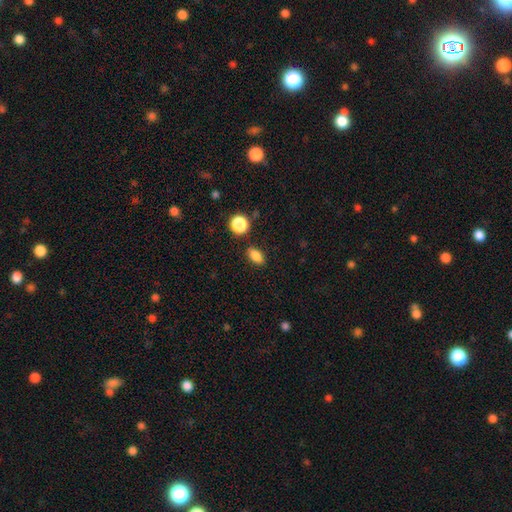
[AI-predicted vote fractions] smooth 84%, star or artifact 11%, featured or disk 5%. Down the decision tree: how rounded — in between (81%); merging — none (84%).